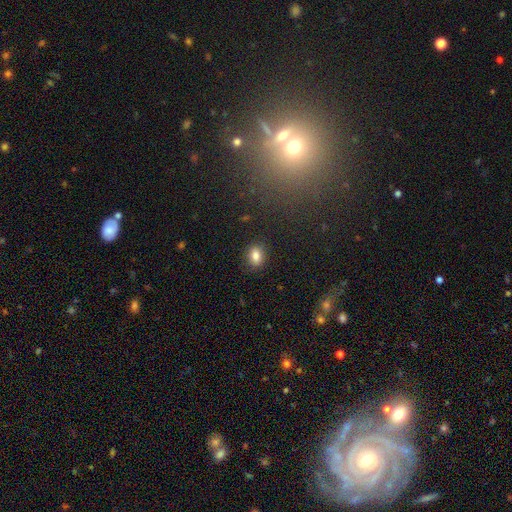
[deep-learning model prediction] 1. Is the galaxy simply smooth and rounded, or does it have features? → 83% smooth, 10% star or artifact, 6% featured or disk.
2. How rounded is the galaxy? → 62% in between, 37% round, 1% cigar-shaped.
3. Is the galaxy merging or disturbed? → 87% none, 9% minor disturbance, 2% major disturbance, 2% merger.